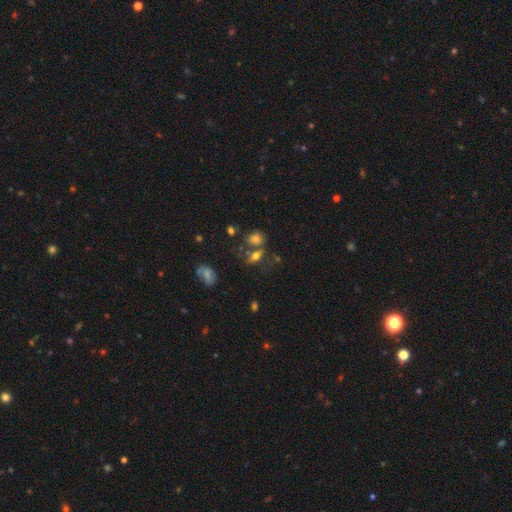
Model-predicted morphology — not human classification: smooth_or_featured: smooth (p=0.64) [alt: featured or disk p=0.21]
how_rounded: in between (p=0.71) [alt: round p=0.18]
merging: none (p=0.53) [alt: merger p=0.24]